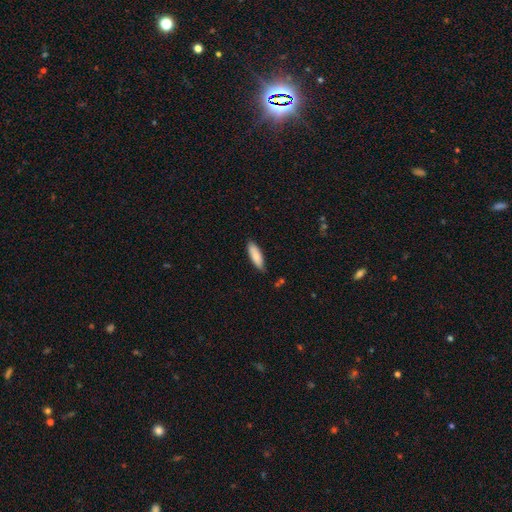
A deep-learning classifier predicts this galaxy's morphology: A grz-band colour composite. It shows a smooth galaxy with no disk features (83%) that is in between round and cigar-shaped (52%). Merging: none (81%).